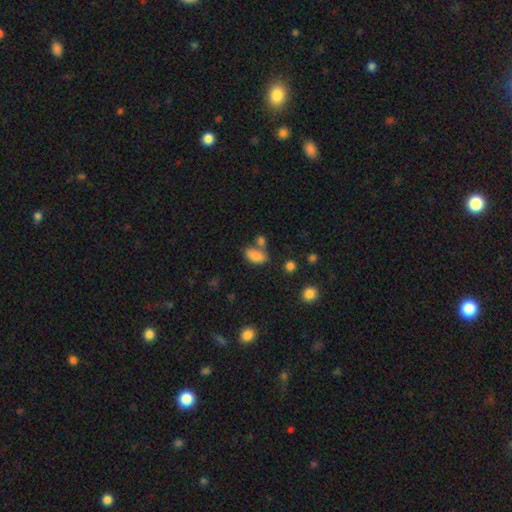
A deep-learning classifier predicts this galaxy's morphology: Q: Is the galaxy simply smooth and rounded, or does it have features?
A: smooth — 84%.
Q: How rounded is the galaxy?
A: in between — 89%.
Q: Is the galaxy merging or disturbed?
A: none — 51%.